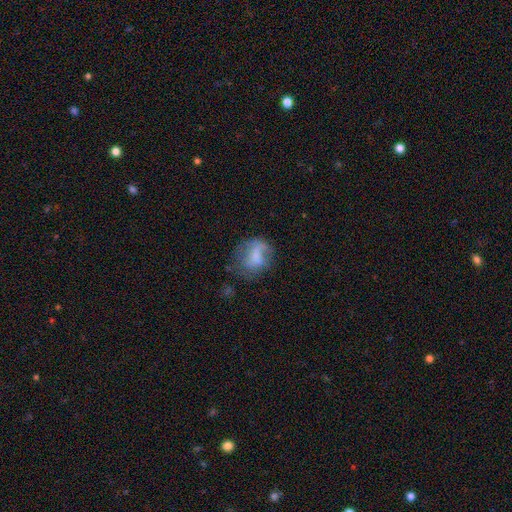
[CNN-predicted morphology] This is possibly a smooth galaxy (54%). How rounded: possibly round (55%). Merging: marginally none (43%).